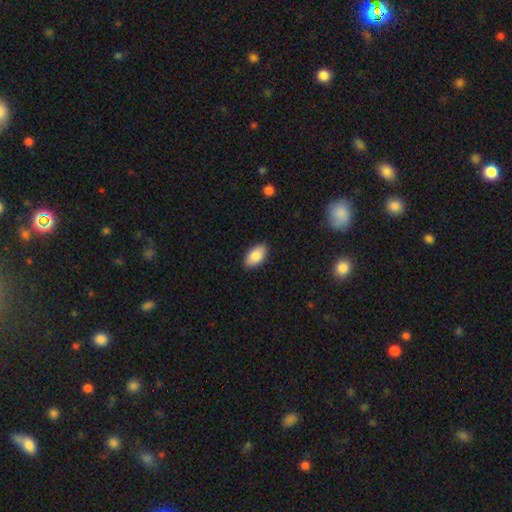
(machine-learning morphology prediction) Smooth or featured? smooth (84%)
How rounded? in between (94%)
Merging? none (89%)